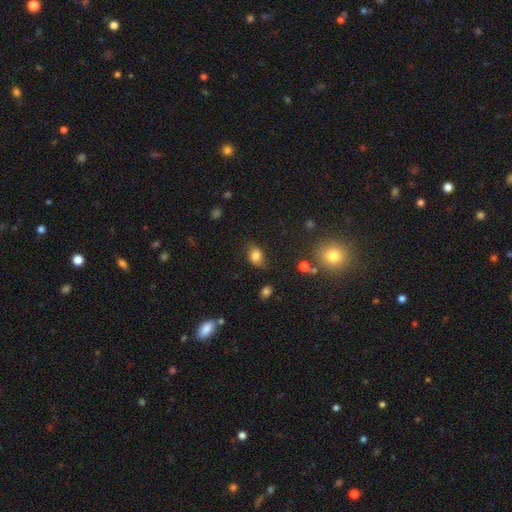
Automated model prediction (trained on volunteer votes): This is clearly a smooth galaxy (81%). How rounded: likely in between (73%). Merging: likely none (74%).